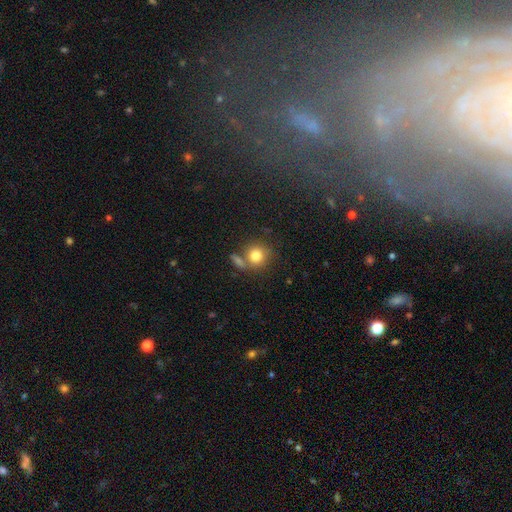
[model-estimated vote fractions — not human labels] Morphology: type=smooth (80%); roundness=round (85%); merging=none (61%).